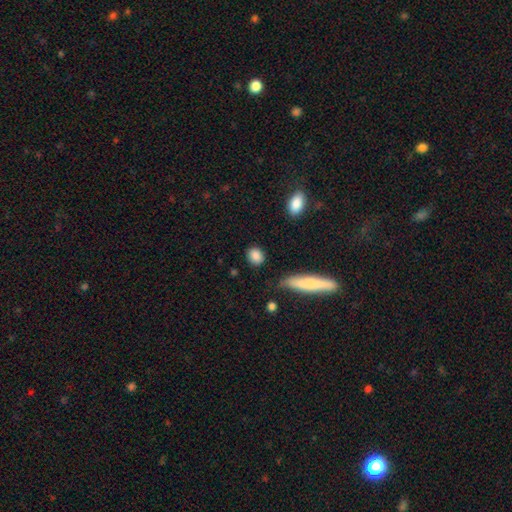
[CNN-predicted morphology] type=smooth (87%); roundness=round (60%); merging=none (83%).